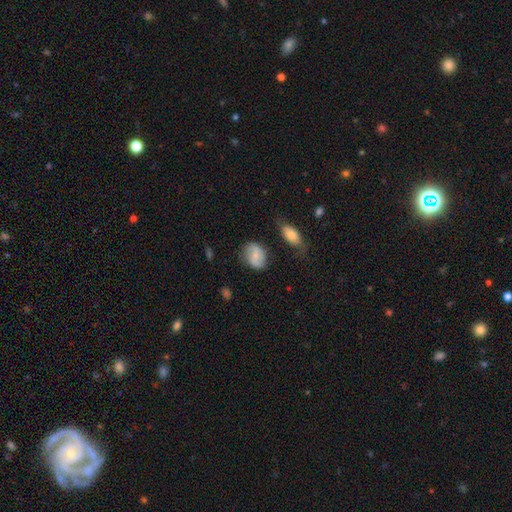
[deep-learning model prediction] Morphology: type=smooth (64%); roundness=in between (66%); merging=none (69%).